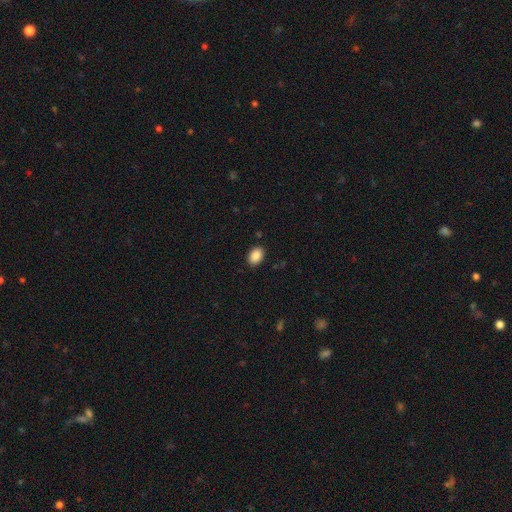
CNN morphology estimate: Smooth or featured?
  - smooth: 89% *
  - star or artifact: 8%
  - featured or disk: 3%
How rounded?
  - in between: 85% *
  - round: 14%
  - cigar-shaped: 1%
Merging?
  - none: 88% *
  - minor disturbance: 9%
  - major disturbance: 2%
  - merger: 1%